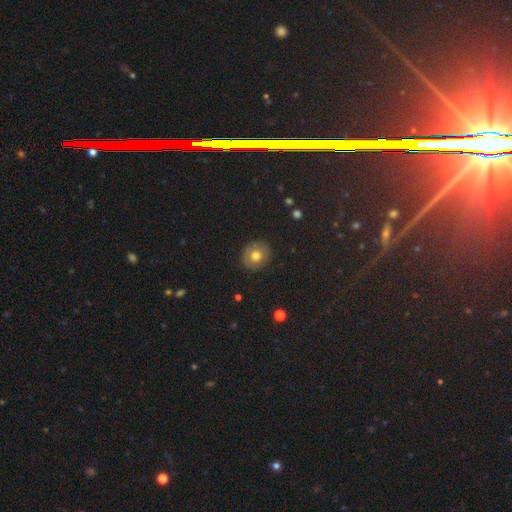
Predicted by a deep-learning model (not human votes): smooth-or-featured: smooth: 71% | featured or disk: 18% | star or artifact: 11%
  how-rounded: round: 84% | in between: 15% | cigar-shaped: 1%
  merging: none: 88% | minor disturbance: 8% | major disturbance: 2% | merger: 1%